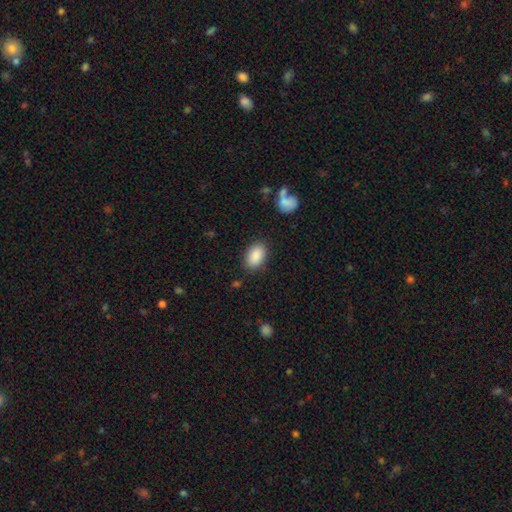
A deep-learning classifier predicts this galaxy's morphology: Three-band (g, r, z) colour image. It shows a smooth galaxy with no disk features (89%) that is in between round and cigar-shaped (88%). Merging: none (84%).